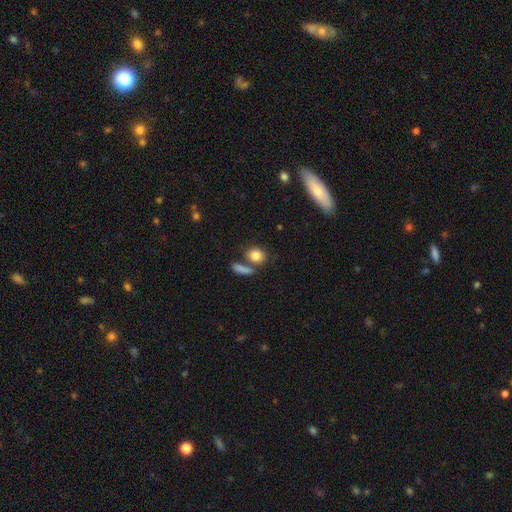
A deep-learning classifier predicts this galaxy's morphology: Smooth or featured?
  - smooth: 82% *
  - star or artifact: 9%
  - featured or disk: 9%
How rounded?
  - round: 57% *
  - in between: 39%
  - cigar-shaped: 3%
Merging?
  - none: 60% *
  - merger: 23%
  - minor disturbance: 12%
  - major disturbance: 5%